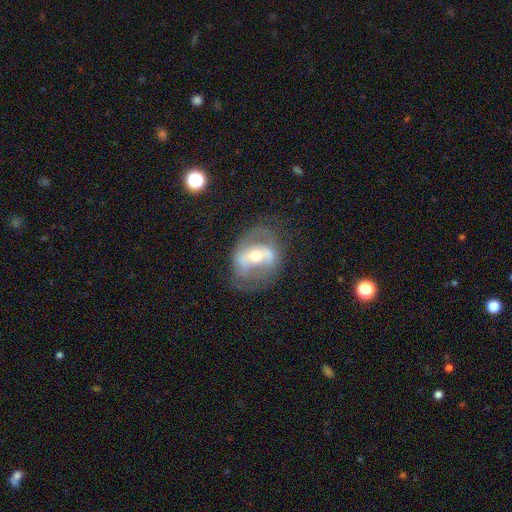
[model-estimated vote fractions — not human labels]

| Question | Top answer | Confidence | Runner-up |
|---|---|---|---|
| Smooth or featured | featured or disk | 72% | smooth (20%) |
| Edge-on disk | no | 94% | yes (6%) |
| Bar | strong | 39% | weak (33%) |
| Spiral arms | yes | 64% | no (36%) |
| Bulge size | moderate | 65% | small (27%) |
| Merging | none | 57% | minor disturbance (21%) |